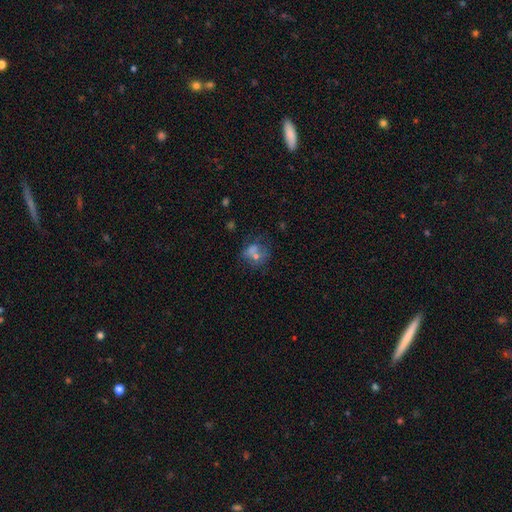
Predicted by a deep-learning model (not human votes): Smooth or featured: smooth — 45% (star or artifact — 28%)
Merging: none — 53% (merger — 21%)